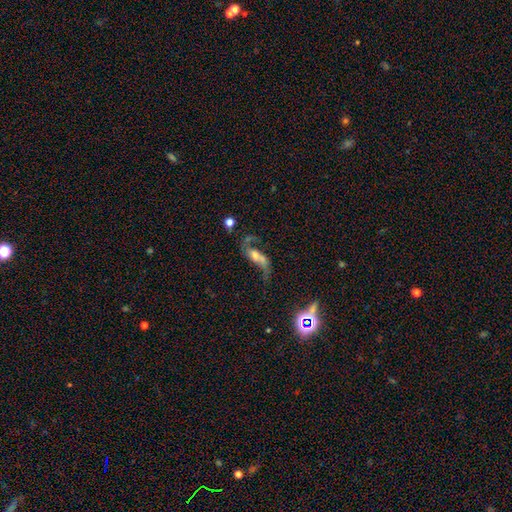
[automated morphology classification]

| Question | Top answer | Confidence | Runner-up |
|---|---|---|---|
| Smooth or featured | featured or disk | 72% | smooth (16%) |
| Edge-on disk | no | 90% | yes (10%) |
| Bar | no | 43% | weak (35%) |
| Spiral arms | yes | 87% | no (13%) |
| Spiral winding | loose | 88% | medium (10%) |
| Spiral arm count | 2 | 88% | 1 (6%) |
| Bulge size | moderate | 46% | small (29%) |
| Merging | none | 45% | major disturbance (24%) |